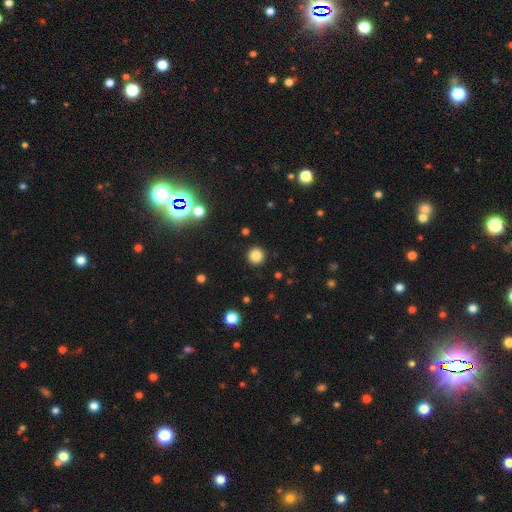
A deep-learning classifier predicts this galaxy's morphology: A smooth galaxy with no disk features (84%) that is round (95%).

Vote fractions:
- Smooth or featured? smooth: 84% / star or artifact: 12% / featured or disk: 4%
- How rounded? round: 95% / in between: 4% / cigar-shaped: 1%
- Merging? none: 93% / minor disturbance: 4% / major disturbance: 2% / merger: 1%